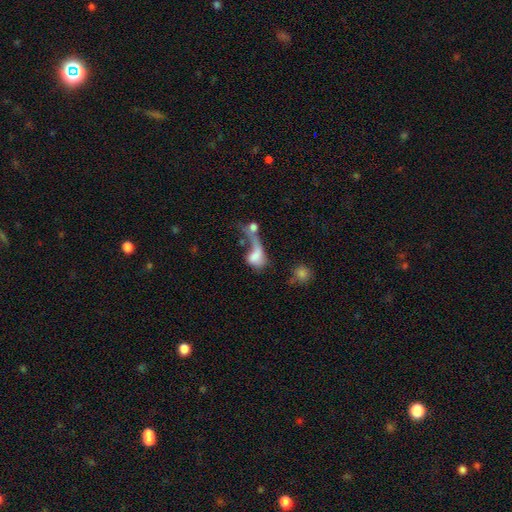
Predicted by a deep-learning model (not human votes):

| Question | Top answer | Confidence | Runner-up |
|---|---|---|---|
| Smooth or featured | smooth | 59% | featured or disk (31%) |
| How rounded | in between | 68% | round (25%) |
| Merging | merger | 43% | major disturbance (35%) |